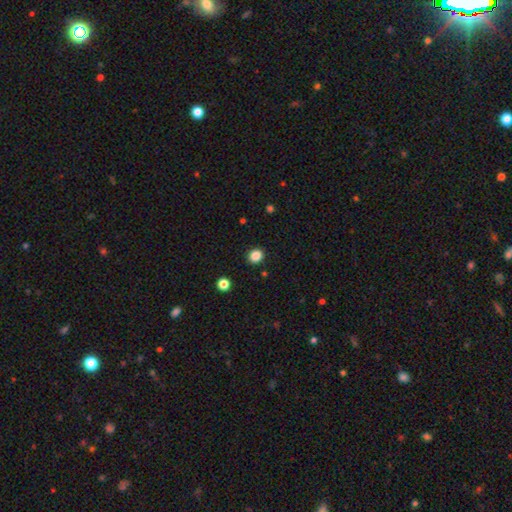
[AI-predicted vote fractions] A smooth galaxy with no disk features (86%) that is round (75%).

Vote fractions:
- Smooth or featured? smooth: 86% / star or artifact: 11% / featured or disk: 3%
- How rounded? round: 75% / in between: 24% / cigar-shaped: 1%
- Merging? none: 91% / minor disturbance: 6% / major disturbance: 2% / merger: 1%